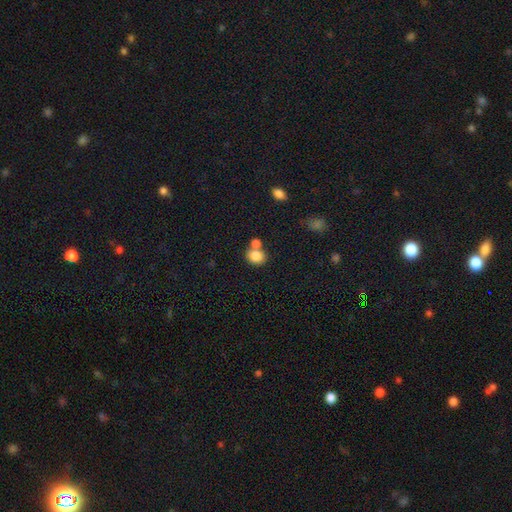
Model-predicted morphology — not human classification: smooth-or-featured: smooth: 83% | star or artifact: 9% | featured or disk: 8%
  how-rounded: round: 64% | in between: 35% | cigar-shaped: 1%
  merging: none: 53% | merger: 35% | minor disturbance: 9% | major disturbance: 3%